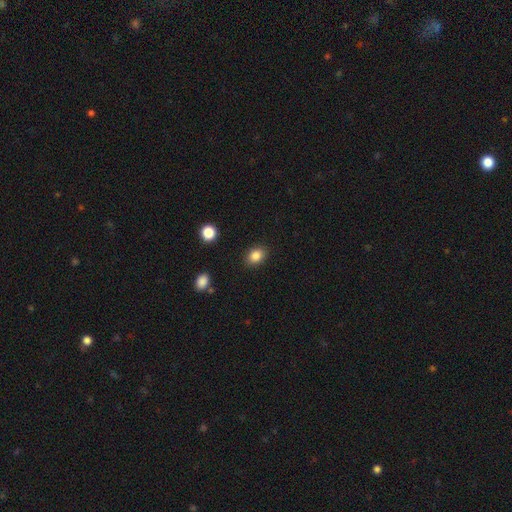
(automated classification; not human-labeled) Q: Smooth or featured?
A: smooth (85%); runner-up: star or artifact (10%)
Q: How rounded?
A: in between (62%); runner-up: round (37%)
Q: Merging?
A: none (88%); runner-up: minor disturbance (8%)